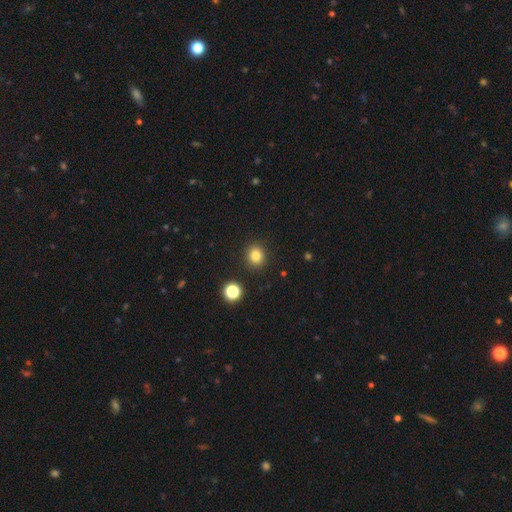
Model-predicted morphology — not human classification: Smooth or featured? smooth (82%)
How rounded? round (79%)
Merging? none (90%)